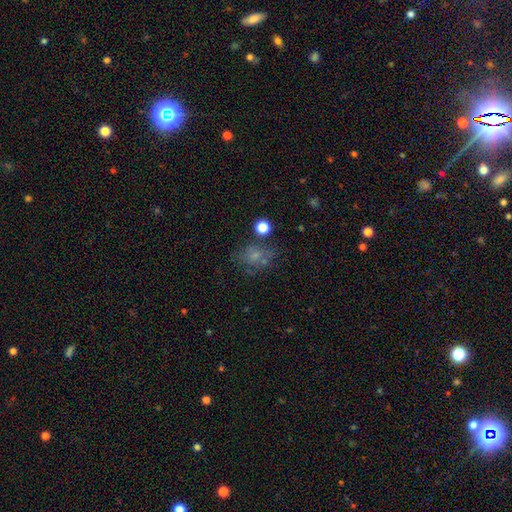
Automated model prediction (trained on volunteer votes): Overall: smooth (58%; featured or disk 21%). How rounded: round (49%, tied with in between). Merging: none (54%; minor disturbance 21%).